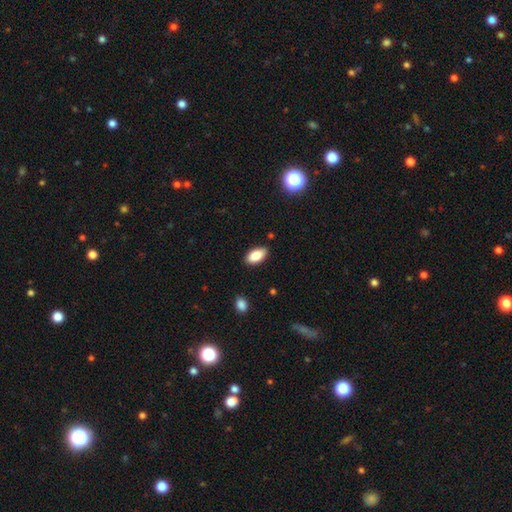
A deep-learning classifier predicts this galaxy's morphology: This appears to be a smooth galaxy with no disk features (86%) that is in between round and cigar-shaped (92%). Merging: none (85%).